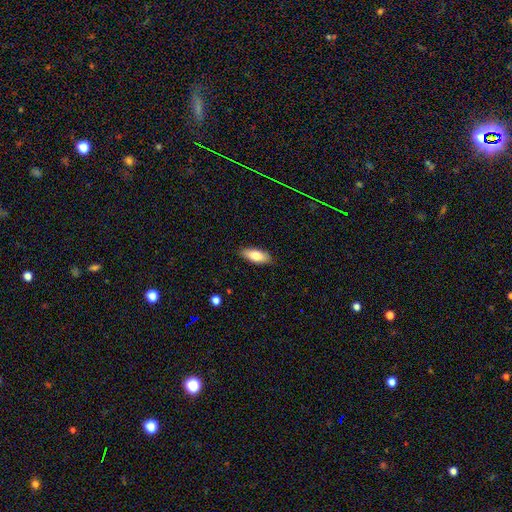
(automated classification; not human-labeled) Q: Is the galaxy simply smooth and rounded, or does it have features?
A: smooth — 79%.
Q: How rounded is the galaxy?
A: in between — 77%.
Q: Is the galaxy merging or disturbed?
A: none — 87%.